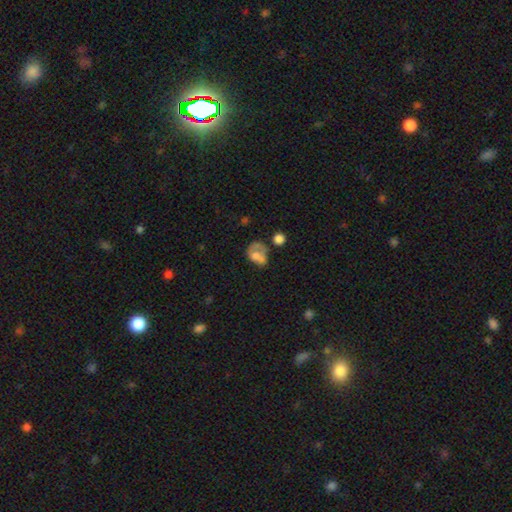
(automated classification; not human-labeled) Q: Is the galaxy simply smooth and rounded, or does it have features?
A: smooth — 56%.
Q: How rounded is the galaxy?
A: in between — 58%.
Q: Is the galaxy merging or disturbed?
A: major disturbance — 27%.